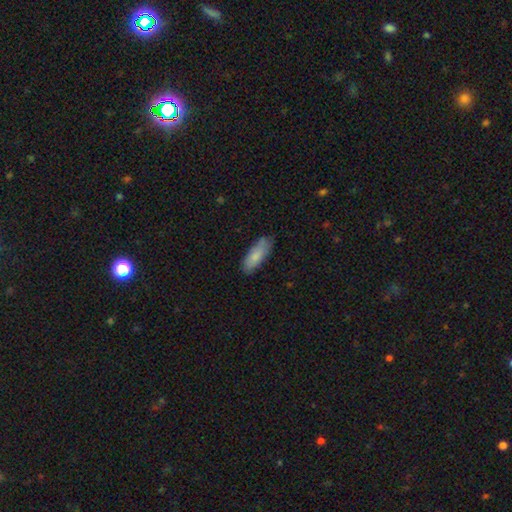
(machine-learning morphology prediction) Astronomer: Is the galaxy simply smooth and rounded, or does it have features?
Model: smooth — 82%.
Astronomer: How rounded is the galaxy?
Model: in between — 62%.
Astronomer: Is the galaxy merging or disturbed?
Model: none — 76%.